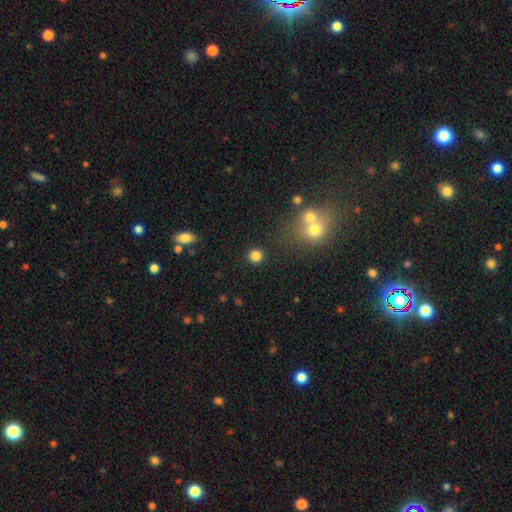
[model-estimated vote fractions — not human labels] Smooth or featured?
  - smooth: 82% *
  - star or artifact: 13%
  - featured or disk: 4%
How rounded?
  - round: 92% *
  - in between: 7%
  - cigar-shaped: 1%
Merging?
  - none: 89% *
  - minor disturbance: 5%
  - merger: 4%
  - major disturbance: 2%